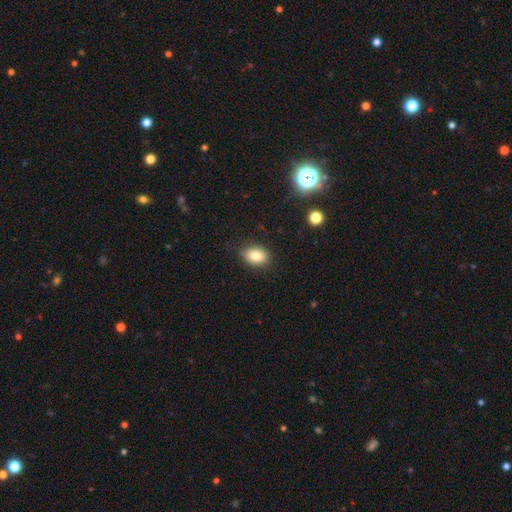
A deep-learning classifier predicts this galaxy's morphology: A smooth galaxy with no disk features (85%) that is in between round and cigar-shaped (80%).

Vote fractions:
- Smooth or featured? smooth: 85% / star or artifact: 9% / featured or disk: 7%
- How rounded? in between: 80% / round: 18% / cigar-shaped: 1%
- Merging? none: 83% / minor disturbance: 13% / major disturbance: 3% / merger: 1%